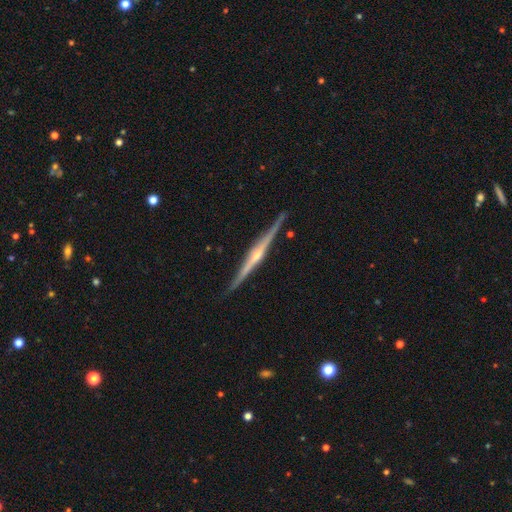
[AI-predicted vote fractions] Smooth or featured? featured or disk (85%)
Edge-on disk? yes (98%)
Edge-on bulge? rounded (79%)
Merging? none (90%)